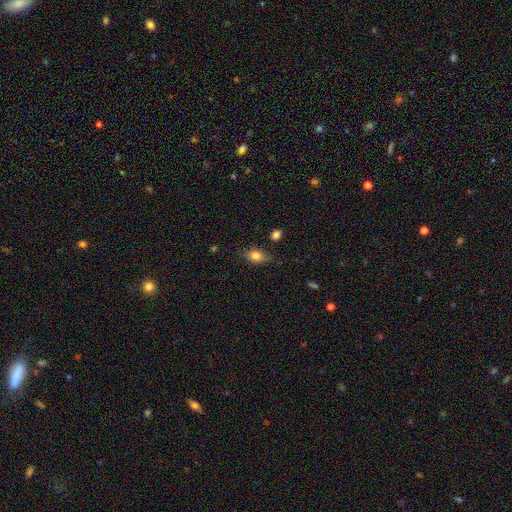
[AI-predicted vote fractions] Overall: smooth (80%). How rounded: in between (75%). Merging: none (70%).